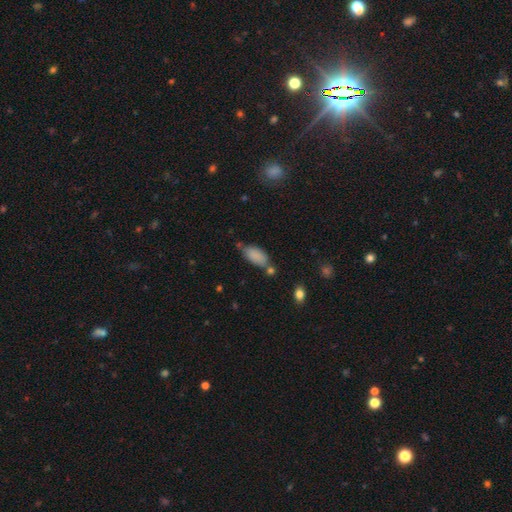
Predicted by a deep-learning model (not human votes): Smooth or featured? Predicted: smooth (p=0.85). How rounded? Predicted: in between (p=0.89). Merging? Predicted: none (p=0.53).